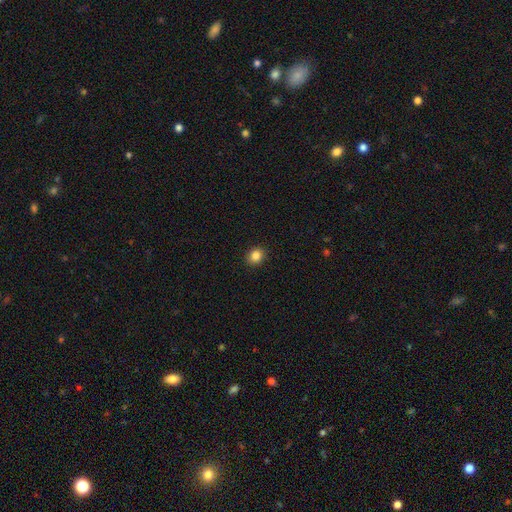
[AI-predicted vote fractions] smooth 85%, star or artifact 11%, featured or disk 4%. Down the decision tree: how rounded — round (72%); merging — none (91%).